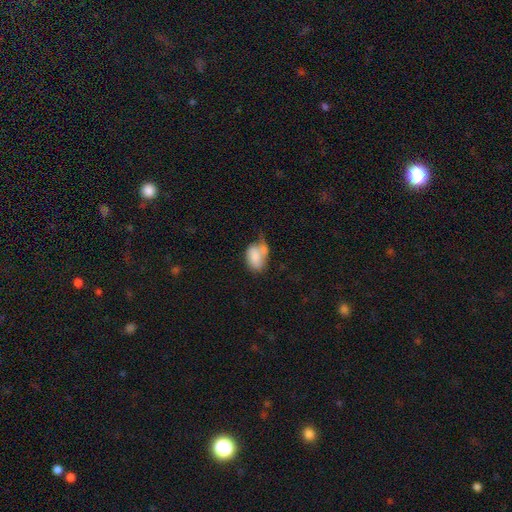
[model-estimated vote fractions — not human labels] Morphology: type=smooth (74%); roundness=in between (83%); merging=minor disturbance (31%).